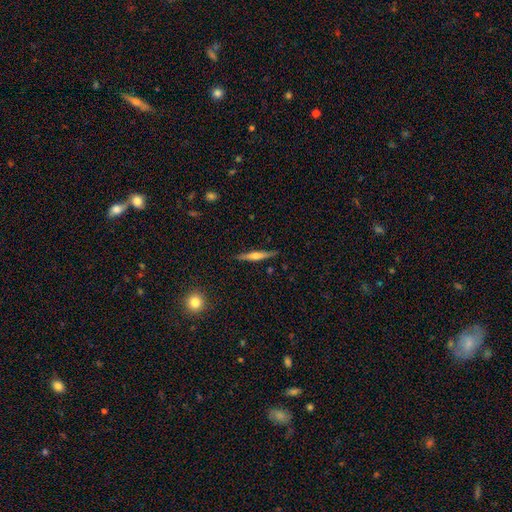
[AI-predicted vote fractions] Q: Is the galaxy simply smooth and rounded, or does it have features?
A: featured or disk — 55%.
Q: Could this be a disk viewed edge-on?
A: yes — 97%.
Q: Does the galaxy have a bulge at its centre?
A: rounded — 75%.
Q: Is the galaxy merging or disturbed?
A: none — 88%.